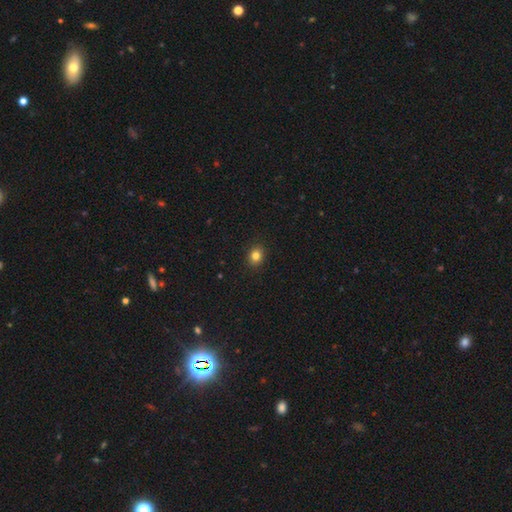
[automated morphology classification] smooth 82%, star or artifact 12%, featured or disk 6%. Down the decision tree: how rounded — round (62%); merging — none (91%).